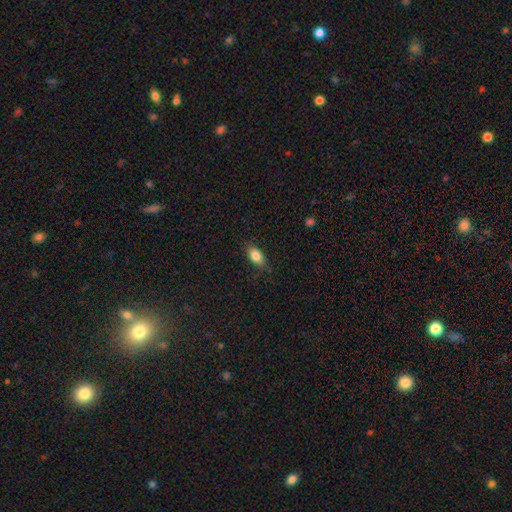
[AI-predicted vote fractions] Smooth or featured? smooth (83%)
How rounded? in between (87%)
Merging? none (81%)